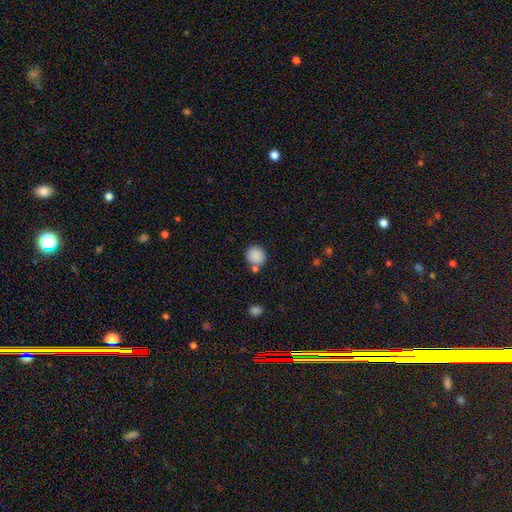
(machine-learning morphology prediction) A smooth galaxy with no disk features (88%) that is round (86%). Merging: none (71%).